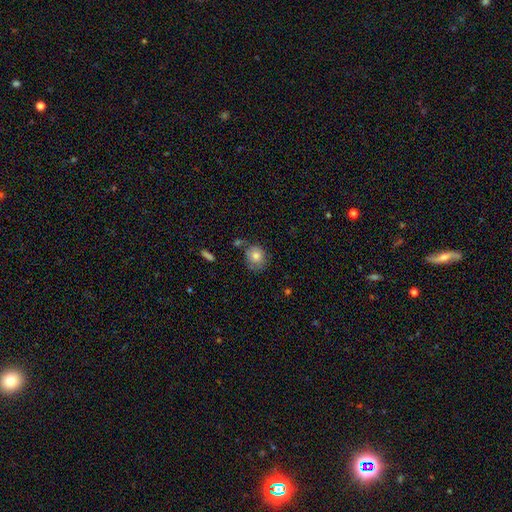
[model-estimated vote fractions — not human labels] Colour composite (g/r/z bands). It shows a smooth galaxy with no disk features (79%) that is round (70%). Merging: none (60%).